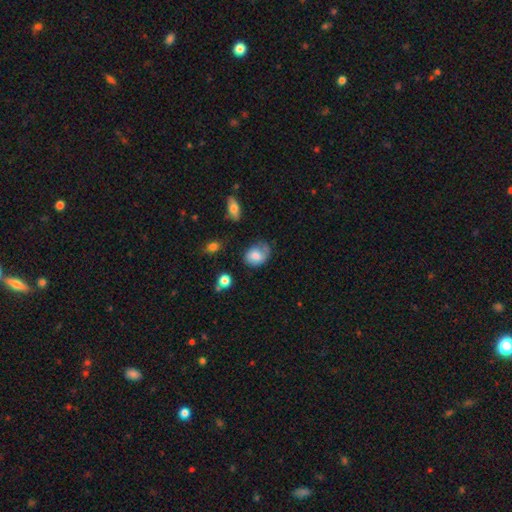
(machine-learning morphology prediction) This appears to be a smooth galaxy with no disk features (72%) that is in between round and cigar-shaped (64%). Merging: none (50%).